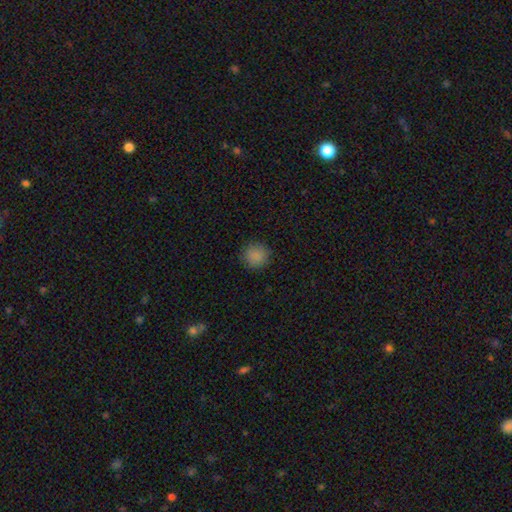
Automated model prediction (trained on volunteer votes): smooth-or-featured: smooth: 87% | star or artifact: 10% | featured or disk: 3%
  how-rounded: round: 94% | in between: 5% | cigar-shaped: 1%
  merging: none: 90% | minor disturbance: 7% | major disturbance: 2% | merger: 1%